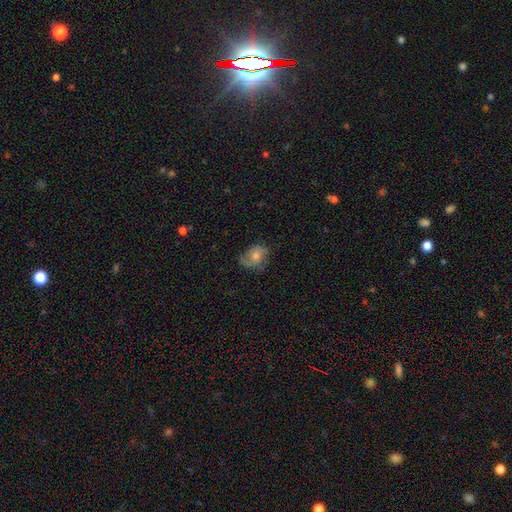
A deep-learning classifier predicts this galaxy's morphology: Q: Smooth or featured?
A: smooth (49%); runner-up: featured or disk (39%)
Q: Merging?
A: none (64%); runner-up: minor disturbance (25%)